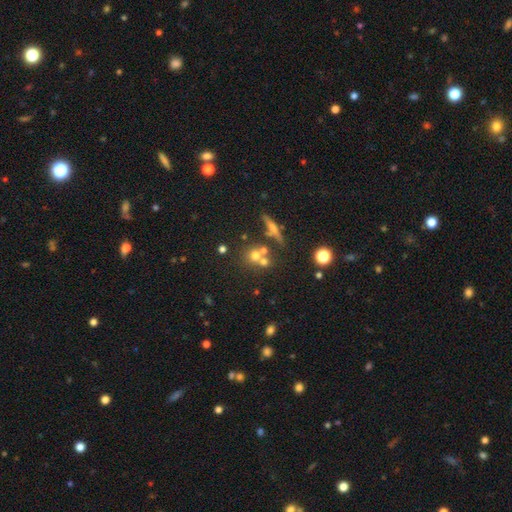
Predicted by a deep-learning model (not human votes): A smooth galaxy with no disk features (57%) that is round (83%).

Vote fractions:
- Smooth or featured? smooth: 57% / featured or disk: 23% / star or artifact: 19%
- How rounded? round: 83% / in between: 13% / cigar-shaped: 3%
- Merging? none: 48% / merger: 39% / minor disturbance: 9% / major disturbance: 5%